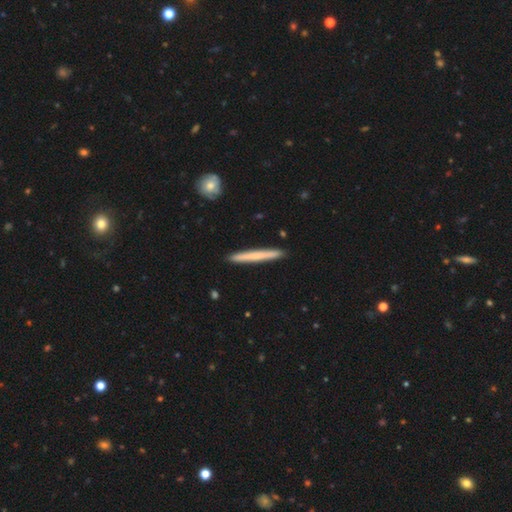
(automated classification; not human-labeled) The model was most divided on "smooth or featured": smooth: 63%, featured or disk: 32%, star or artifact: 5%. More confident: how rounded — cigar-shaped (97%); merging — none (92%).